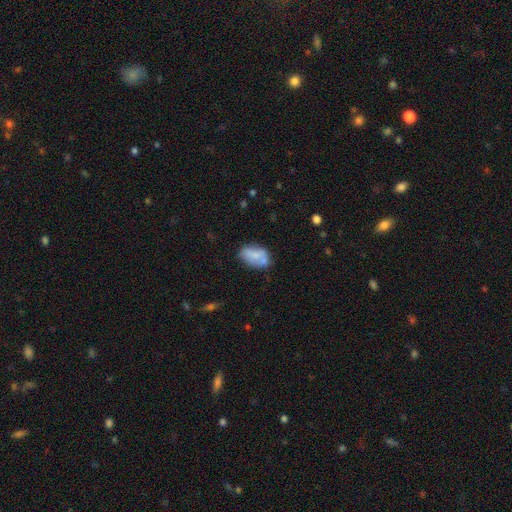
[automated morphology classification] A smooth galaxy with no disk features (66%) that is in between round and cigar-shaped (89%). Merging: none (52%).